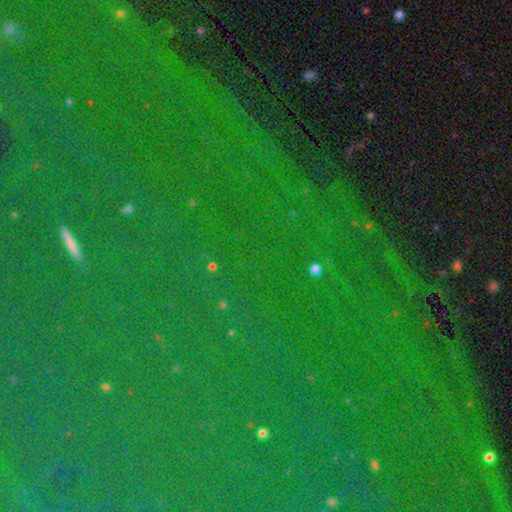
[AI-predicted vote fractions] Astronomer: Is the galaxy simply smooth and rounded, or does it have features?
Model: star or artifact — 87%.